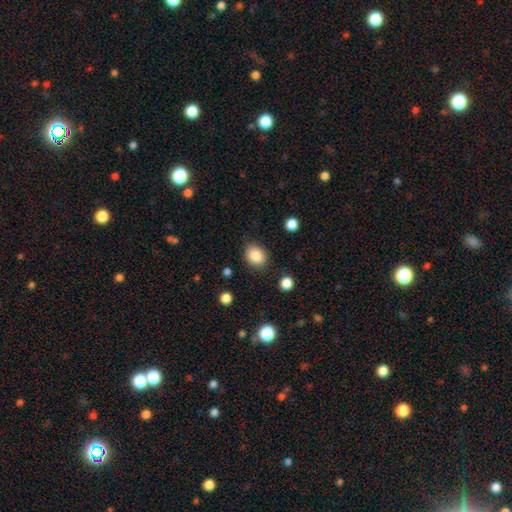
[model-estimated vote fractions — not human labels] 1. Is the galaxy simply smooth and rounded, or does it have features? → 86% smooth, 9% star or artifact, 5% featured or disk.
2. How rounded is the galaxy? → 55% round, 44% in between, 1% cigar-shaped.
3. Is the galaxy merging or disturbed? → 81% none, 13% minor disturbance, 3% major disturbance, 2% merger.